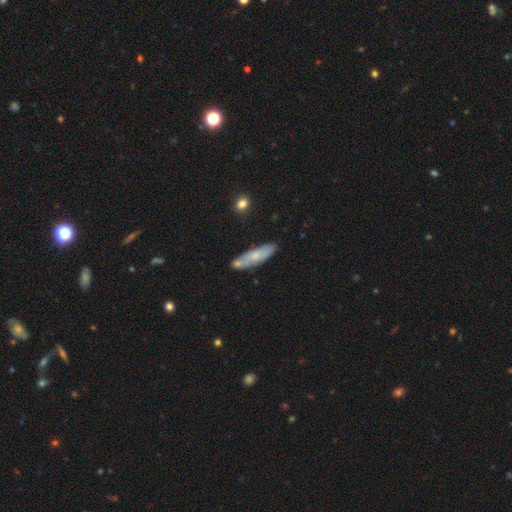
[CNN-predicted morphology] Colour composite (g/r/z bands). It shows a smooth galaxy with no disk features (64%) that is cigar-shaped (65%). Merging: none (71%).